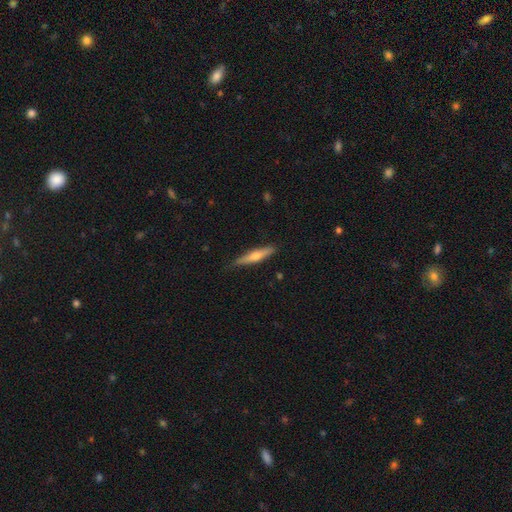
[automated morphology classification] featured or disk 55%, smooth 39%, star or artifact 6%. Down the decision tree: edge-on disk — yes (96%); edge-on bulge — rounded (86%); merging — none (85%).